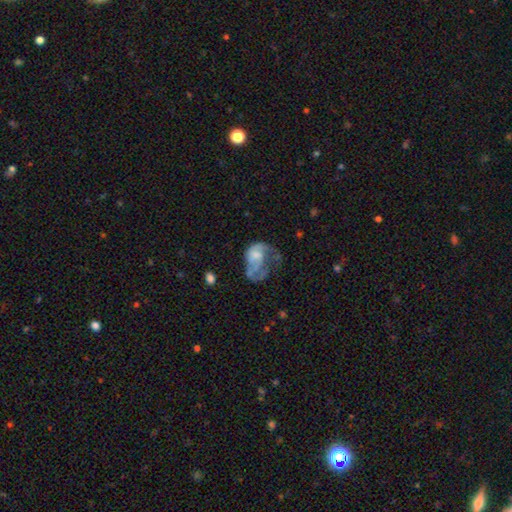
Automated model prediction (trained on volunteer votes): Overall: featured or disk (60%; smooth 31%). Edge-on disk: no (98%). Bar: no (73%). Spiral arms: yes (59%; no 41%). Bulge size: small (32%; none 31%). Merging: major disturbance (54%; none 20%).